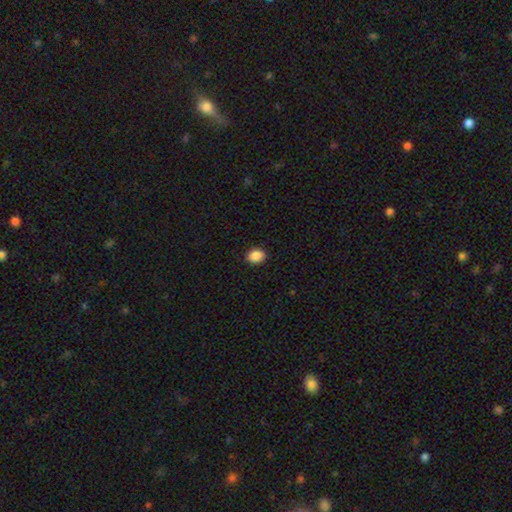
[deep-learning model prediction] smooth 89%, star or artifact 8%, featured or disk 3%. Down the decision tree: how rounded — in between (60%); merging — none (90%).